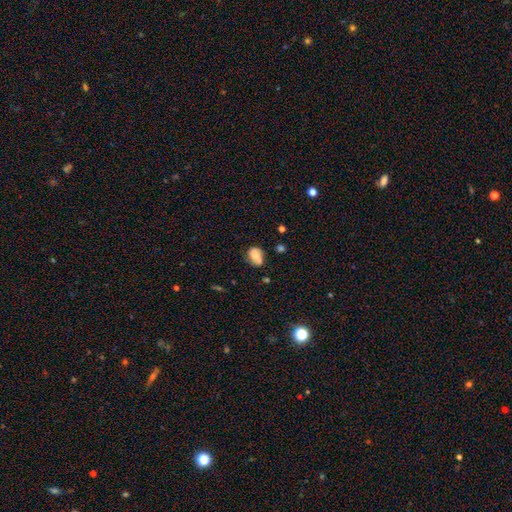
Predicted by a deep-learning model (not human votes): This appears to be a smooth galaxy with no disk features (50%). Merging: none (60%).